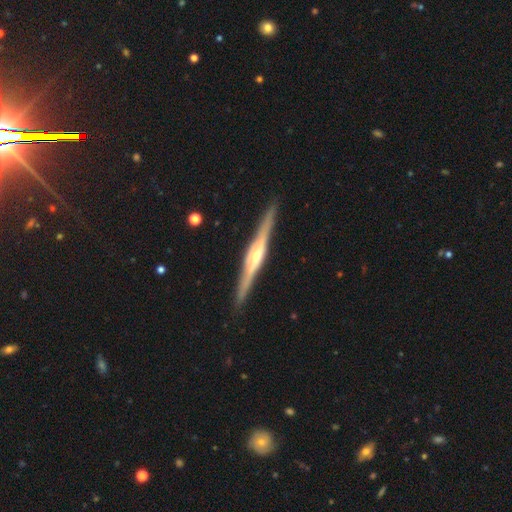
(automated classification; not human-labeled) Smooth or featured? featured or disk (84%)
Edge-on disk? yes (98%)
Edge-on bulge? rounded (78%)
Merging? none (91%)